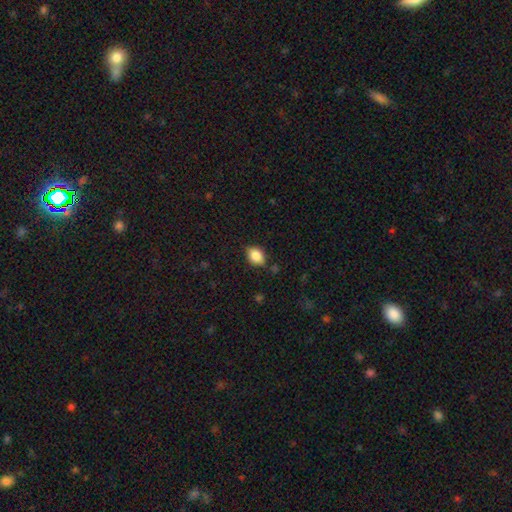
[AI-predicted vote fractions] Smooth or featured?
  - smooth: 85% *
  - star or artifact: 8%
  - featured or disk: 7%
How rounded?
  - in between: 74% *
  - round: 25%
  - cigar-shaped: 1%
Merging?
  - none: 82% *
  - minor disturbance: 14%
  - major disturbance: 3%
  - merger: 2%